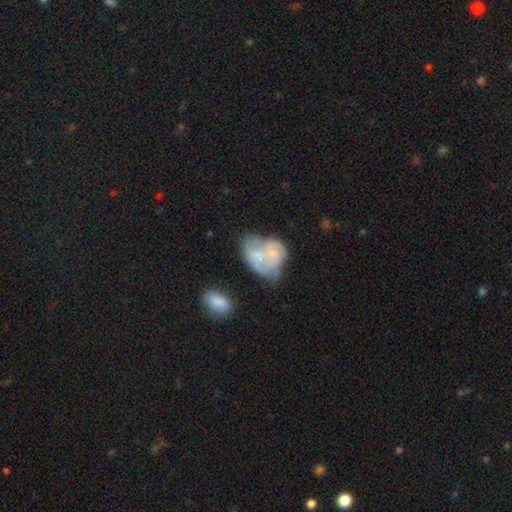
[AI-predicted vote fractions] Q: Smooth or featured?
A: featured or disk (49%); runner-up: smooth (43%)
Q: Merging?
A: merger (41%); runner-up: none (21%)